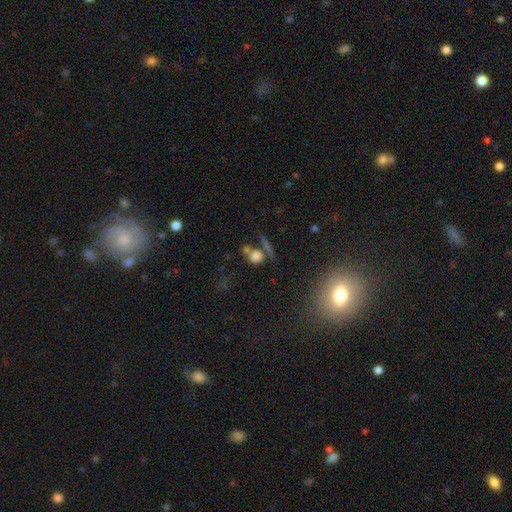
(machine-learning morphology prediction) smooth-or-featured: smooth: 73% | star or artifact: 15% | featured or disk: 12%
  how-rounded: round: 76% | in between: 19% | cigar-shaped: 5%
  merging: none: 53% | merger: 28% | minor disturbance: 11% | major disturbance: 7%